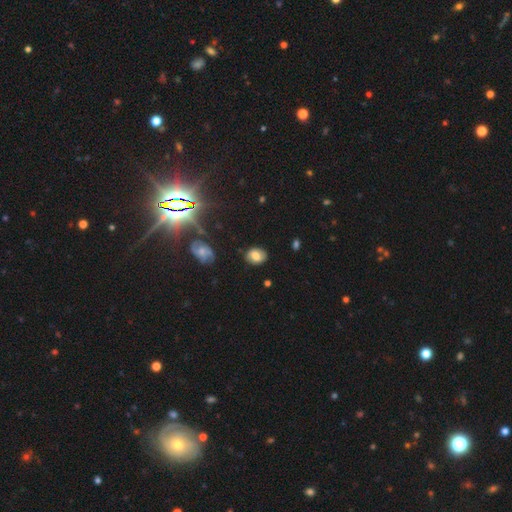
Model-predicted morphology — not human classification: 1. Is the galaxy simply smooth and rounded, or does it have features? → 67% smooth, 23% featured or disk, 10% star or artifact.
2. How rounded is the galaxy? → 59% in between, 39% round, 1% cigar-shaped.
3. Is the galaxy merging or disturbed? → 80% none, 14% minor disturbance, 4% major disturbance, 2% merger.